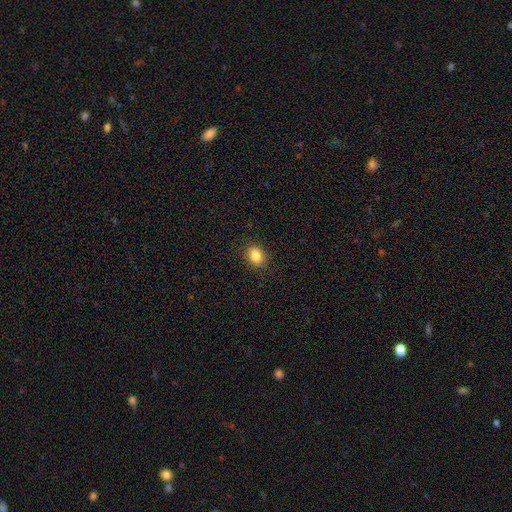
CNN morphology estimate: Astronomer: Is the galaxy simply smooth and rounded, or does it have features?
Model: smooth — 84%.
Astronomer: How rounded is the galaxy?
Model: in between — 56% (runner-up: round, 43%).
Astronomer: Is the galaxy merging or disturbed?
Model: none — 90%.